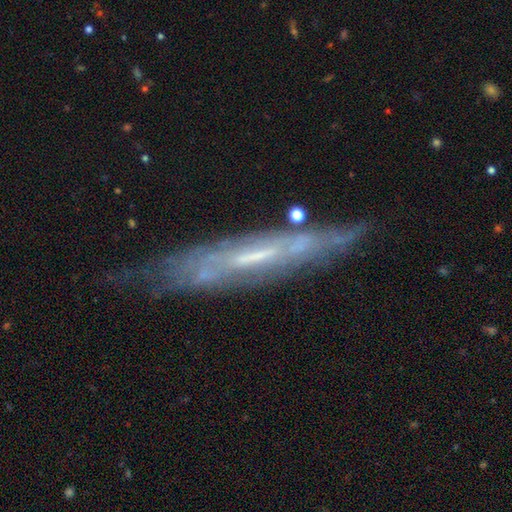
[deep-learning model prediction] This is likely a featured or disk galaxy (73%). It is likely viewed edge-on (64%). Merging: likely none (68%).